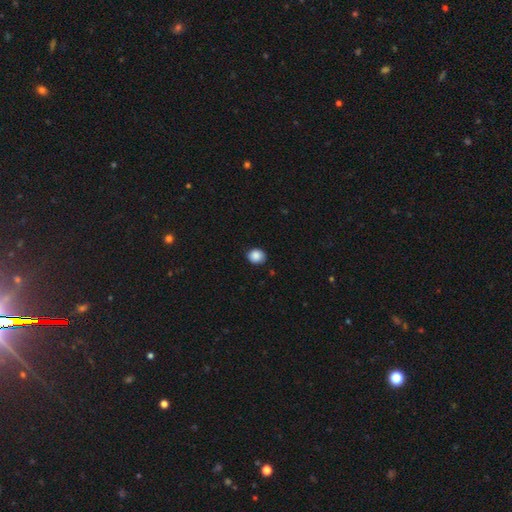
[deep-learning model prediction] A smooth galaxy with no disk features (88%) that is round (74%).

Vote fractions:
- Smooth or featured? smooth: 88% / star or artifact: 9% / featured or disk: 4%
- How rounded? round: 74% / in between: 25% / cigar-shaped: 1%
- Merging? none: 84% / minor disturbance: 12% / major disturbance: 2% / merger: 1%